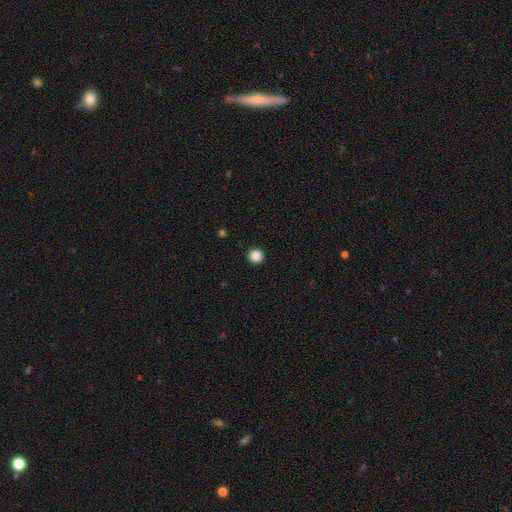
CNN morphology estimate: smooth_or_featured: smooth (p=0.87) [alt: star or artifact p=0.10]
how_rounded: round (p=0.95) [alt: in between p=0.04]
merging: none (p=0.93) [alt: minor disturbance p=0.04]